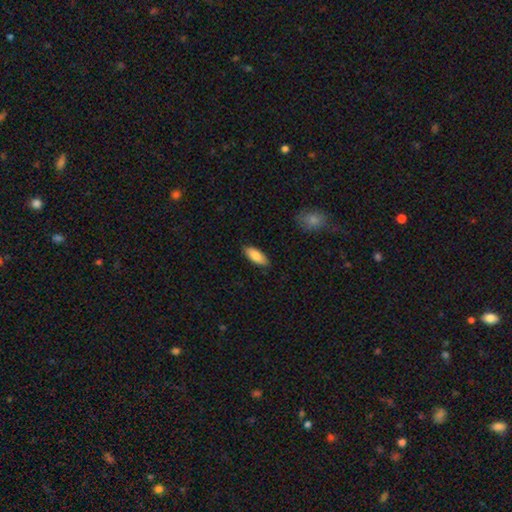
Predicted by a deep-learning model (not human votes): Q: Smooth or featured?
A: smooth (85%); runner-up: featured or disk (9%)
Q: How rounded?
A: in between (78%); runner-up: cigar-shaped (20%)
Q: Merging?
A: none (87%); runner-up: minor disturbance (10%)